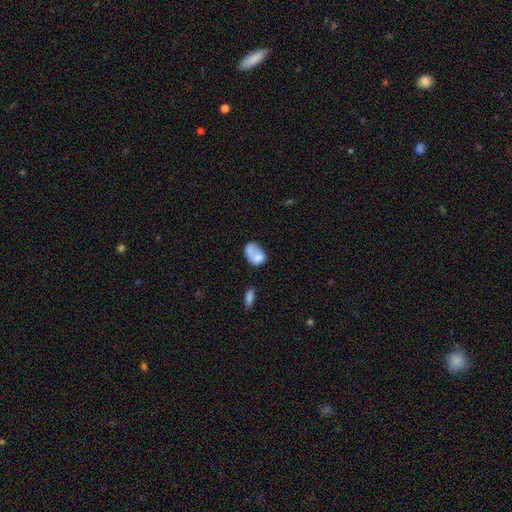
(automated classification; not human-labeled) Overall: smooth (67%). How rounded: in between (79%). Merging: none (30%; merger 29%).